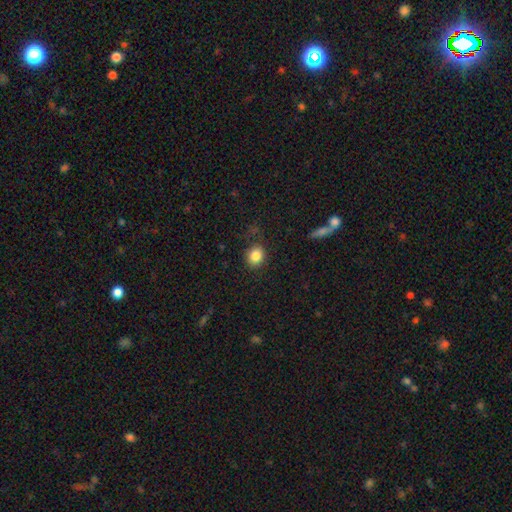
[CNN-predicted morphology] A smooth galaxy with no disk features (85%) that is round (66%).

Vote fractions:
- Smooth or featured? smooth: 85% / star or artifact: 10% / featured or disk: 6%
- How rounded? round: 66% / in between: 33% / cigar-shaped: 1%
- Merging? none: 84% / minor disturbance: 11% / major disturbance: 3% / merger: 2%